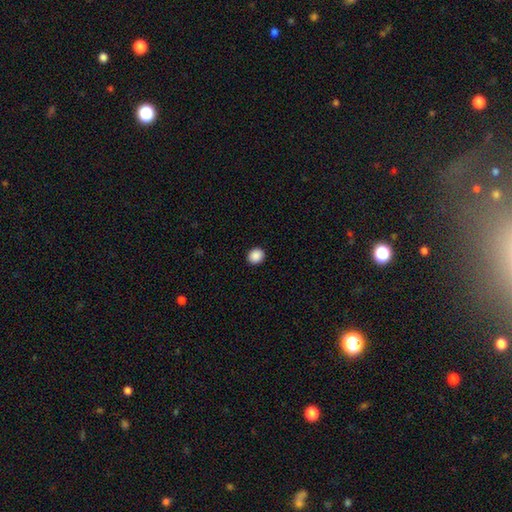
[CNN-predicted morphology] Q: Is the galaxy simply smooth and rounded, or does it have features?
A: smooth — 89%.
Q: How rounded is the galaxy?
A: round — 81%.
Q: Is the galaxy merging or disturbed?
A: none — 93%.